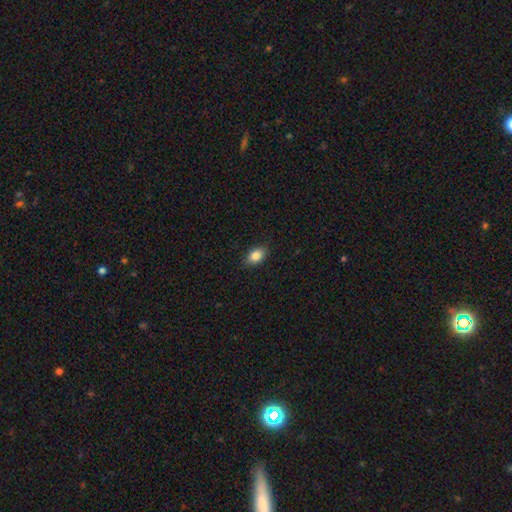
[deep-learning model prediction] smooth 85%, star or artifact 9%, featured or disk 7%. Down the decision tree: how rounded — in between (82%); merging — none (88%).